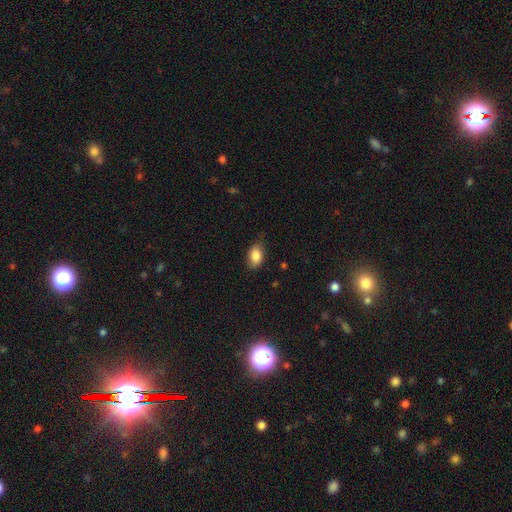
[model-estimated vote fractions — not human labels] Q: Smooth or featured?
A: smooth (87%); runner-up: star or artifact (7%)
Q: How rounded?
A: in between (88%); runner-up: round (10%)
Q: Merging?
A: none (77%); runner-up: minor disturbance (19%)